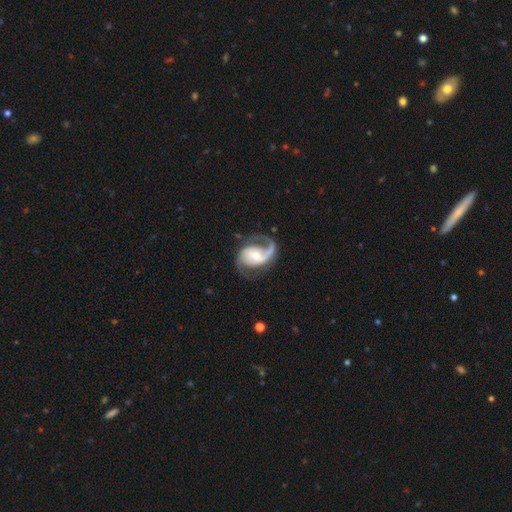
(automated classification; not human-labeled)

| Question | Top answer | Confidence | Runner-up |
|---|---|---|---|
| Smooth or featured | featured or disk | 87% | smooth (8%) |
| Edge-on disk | no | 98% | yes (2%) |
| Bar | no | 52% | weak (34%) |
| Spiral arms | yes | 96% | no (4%) |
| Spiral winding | medium | 47% | loose (35%) |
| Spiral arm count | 2 | 69% | 1 (24%) |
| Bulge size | moderate | 49% | small (44%) |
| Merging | none | 60% | major disturbance (19%) |